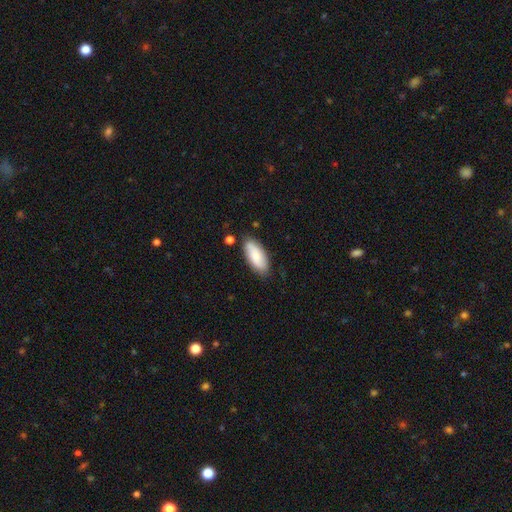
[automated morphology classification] A smooth galaxy with no disk features (77%) that is in between round and cigar-shaped (85%).

Vote fractions:
- Smooth or featured? smooth: 77% / featured or disk: 17% / star or artifact: 6%
- How rounded? in between: 85% / cigar-shaped: 14% / round: 2%
- Merging? none: 79% / minor disturbance: 16% / merger: 3% / major disturbance: 3%